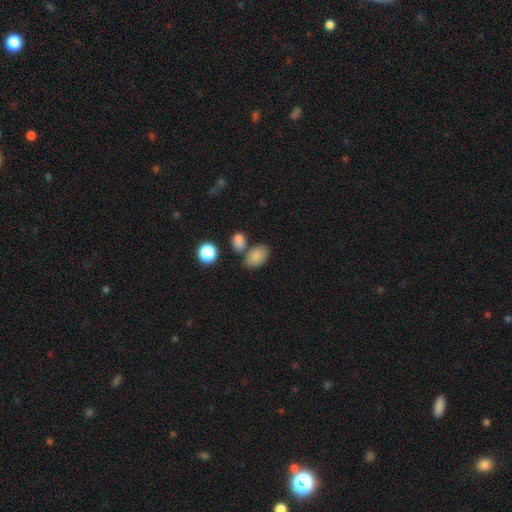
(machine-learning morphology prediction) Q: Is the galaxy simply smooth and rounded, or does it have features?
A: smooth — 83%.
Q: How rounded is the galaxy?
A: in between — 88%.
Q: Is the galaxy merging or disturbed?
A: none — 59%.